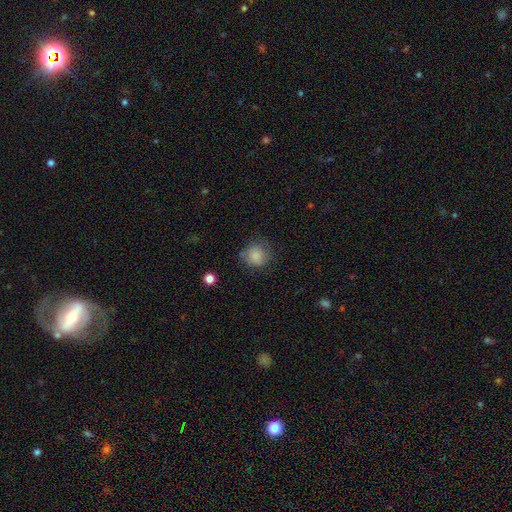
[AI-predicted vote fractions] Morphology: type=smooth (83%); roundness=round (87%); merging=none (72%).